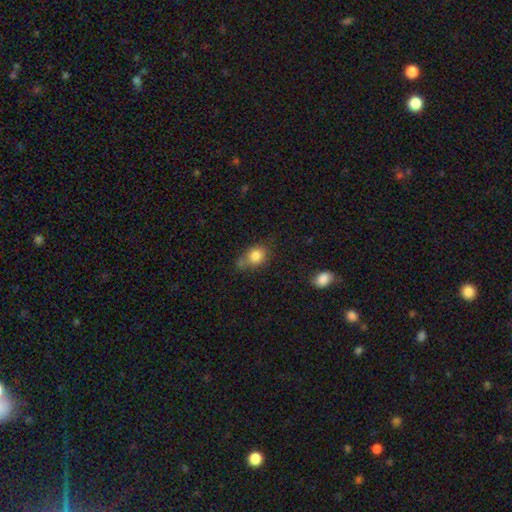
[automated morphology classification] A smooth galaxy with no disk features (82%) that is in between round and cigar-shaped (50%).

Vote fractions:
- Smooth or featured? smooth: 82% / star or artifact: 10% / featured or disk: 9%
- How rounded? in between: 50% / round: 49% / cigar-shaped: 2%
- Merging? none: 52% / minor disturbance: 25% / merger: 14% / major disturbance: 8%